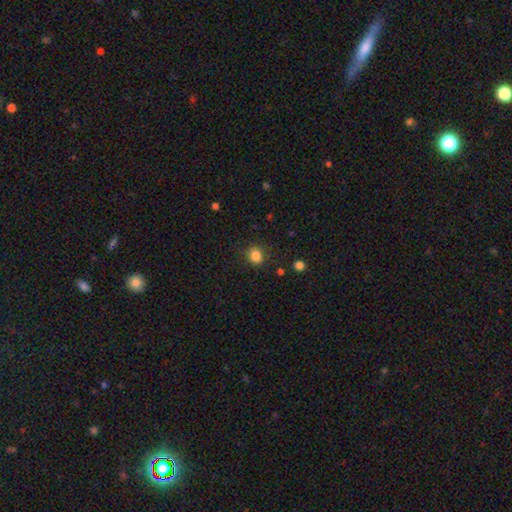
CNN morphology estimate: smooth-or-featured: smooth: 84% | star or artifact: 12% | featured or disk: 4%
  how-rounded: round: 70% | in between: 29% | cigar-shaped: 1%
  merging: none: 84% | minor disturbance: 11% | major disturbance: 4% | merger: 2%